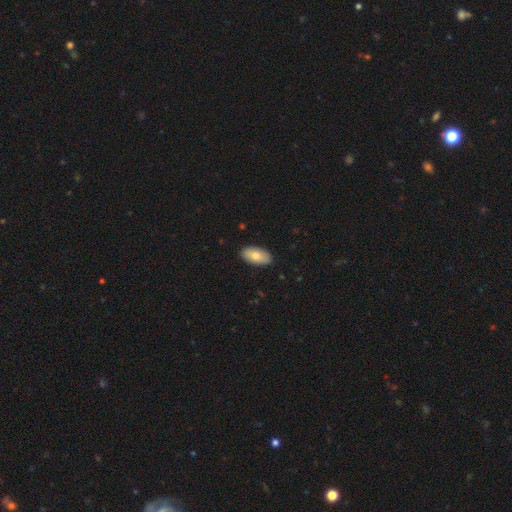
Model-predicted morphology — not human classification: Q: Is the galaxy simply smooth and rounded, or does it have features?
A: smooth — 79%.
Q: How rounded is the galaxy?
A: in between — 94%.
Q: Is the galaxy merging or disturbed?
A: none — 89%.